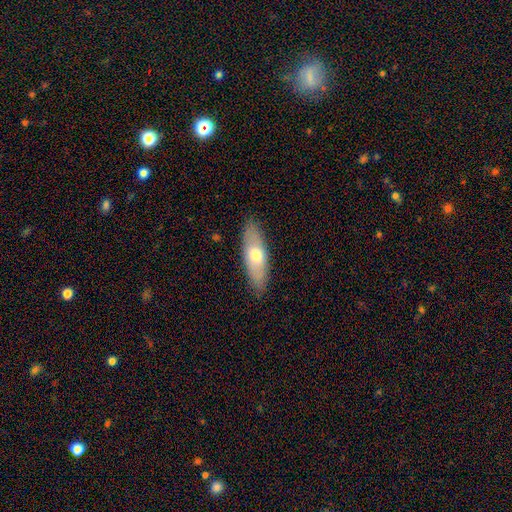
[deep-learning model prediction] Overall: smooth (63%; featured or disk 31%). How rounded: in between (59%; cigar-shaped 38%). Merging: none (86%).